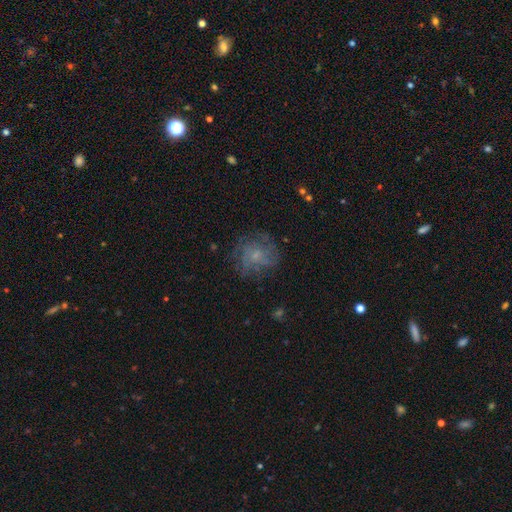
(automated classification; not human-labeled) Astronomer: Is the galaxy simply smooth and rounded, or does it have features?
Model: featured or disk — 50% (runner-up: smooth, 36%).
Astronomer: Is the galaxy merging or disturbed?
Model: none — 69%.